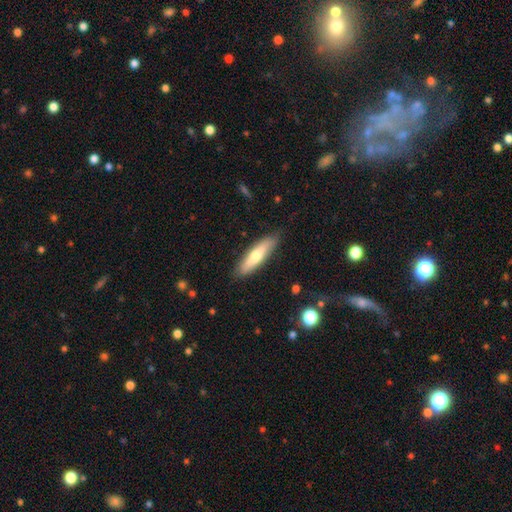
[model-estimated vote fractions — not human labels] This appears to be a smooth galaxy with no disk features (59%) that is cigar-shaped (67%). Merging: none (85%).